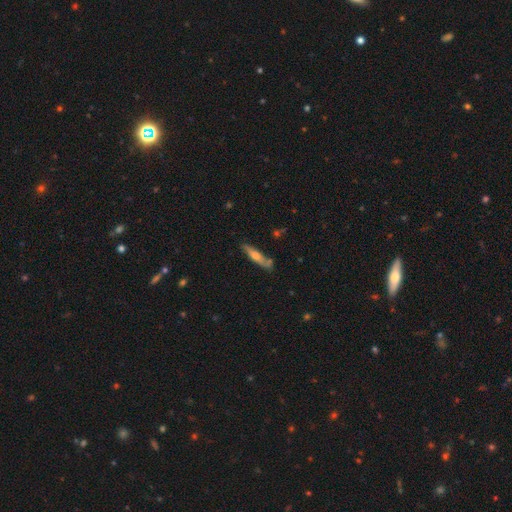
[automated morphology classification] The model was most divided on "smooth or featured": featured or disk: 49%, smooth: 45%, star or artifact: 6%. More confident: merging — none (78%).